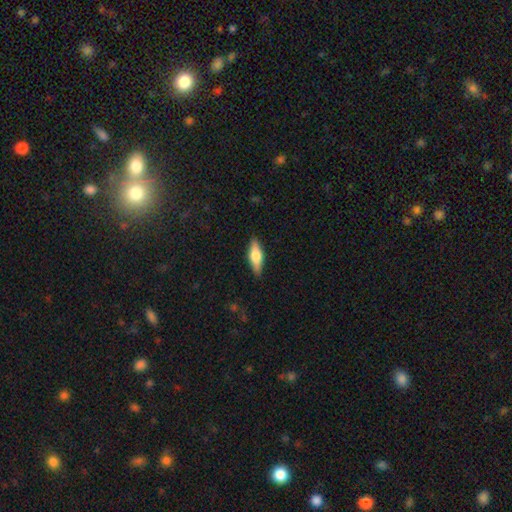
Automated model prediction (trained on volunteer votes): This appears to be a smooth galaxy with no disk features (60%) that is in between round and cigar-shaped (59%). Merging: none (87%).